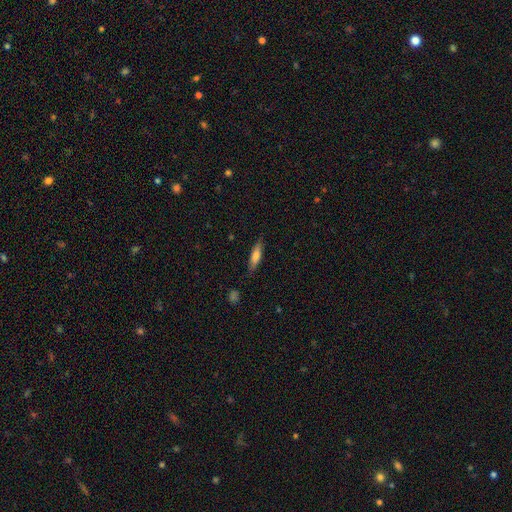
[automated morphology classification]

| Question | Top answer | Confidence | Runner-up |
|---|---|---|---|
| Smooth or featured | smooth | 69% | featured or disk (24%) |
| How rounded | cigar-shaped | 69% | in between (30%) |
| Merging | none | 82% | minor disturbance (14%) |